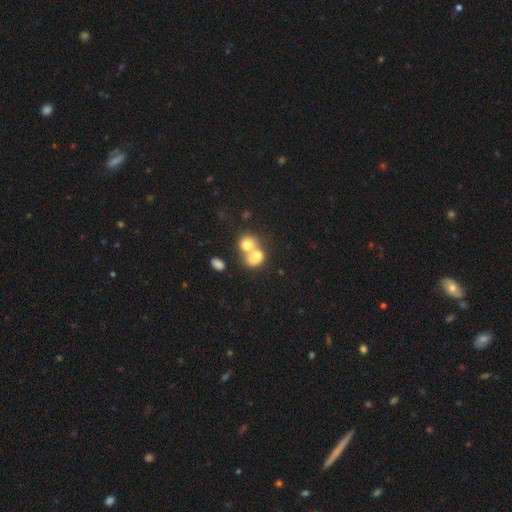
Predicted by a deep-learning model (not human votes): A smooth galaxy with no disk features (69%) that is round (57%). Merging: merger (72%).